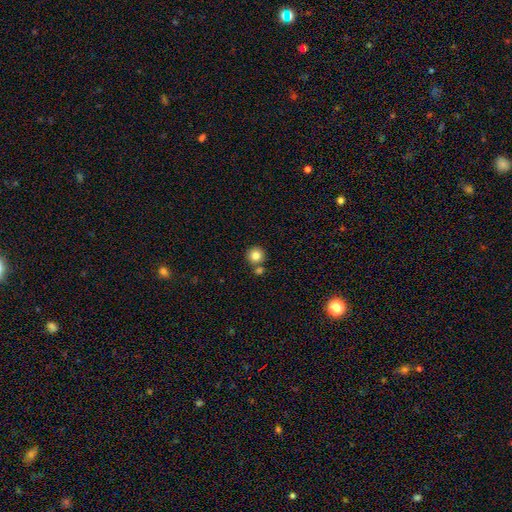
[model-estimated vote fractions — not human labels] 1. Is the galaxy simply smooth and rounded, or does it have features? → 82% smooth, 10% star or artifact, 7% featured or disk.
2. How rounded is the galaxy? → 94% round, 5% in between, 1% cigar-shaped.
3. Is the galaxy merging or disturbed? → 70% none, 20% merger, 7% minor disturbance, 2% major disturbance.